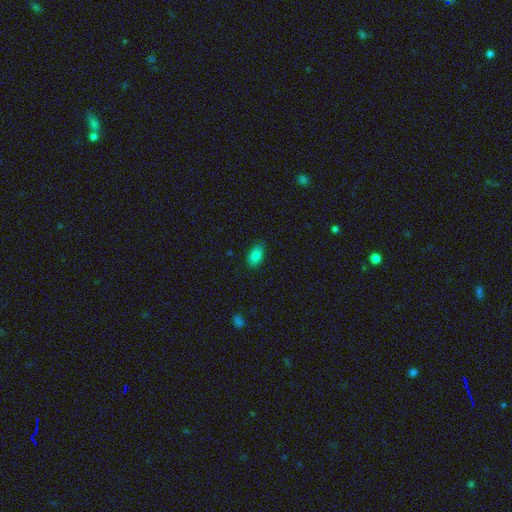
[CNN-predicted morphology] Overall: smooth (85%). How rounded: in between (91%). Merging: none (82%).